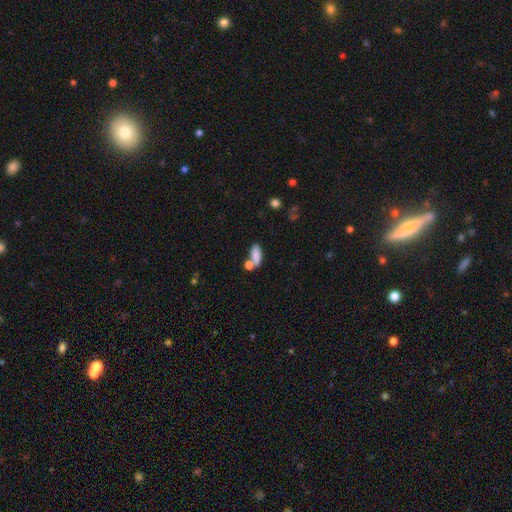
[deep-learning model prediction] smooth_or_featured: smooth (p=0.82) [alt: featured or disk p=0.10]
how_rounded: in between (p=0.80) [alt: cigar-shaped p=0.16]
merging: none (p=0.44) [alt: merger p=0.37]